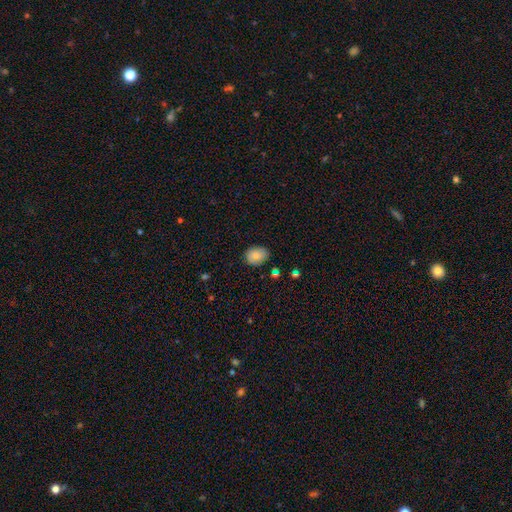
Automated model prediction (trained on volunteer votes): Q: Smooth or featured?
A: smooth (83%); runner-up: featured or disk (8%)
Q: How rounded?
A: in between (60%); runner-up: round (39%)
Q: Merging?
A: none (77%); runner-up: minor disturbance (18%)